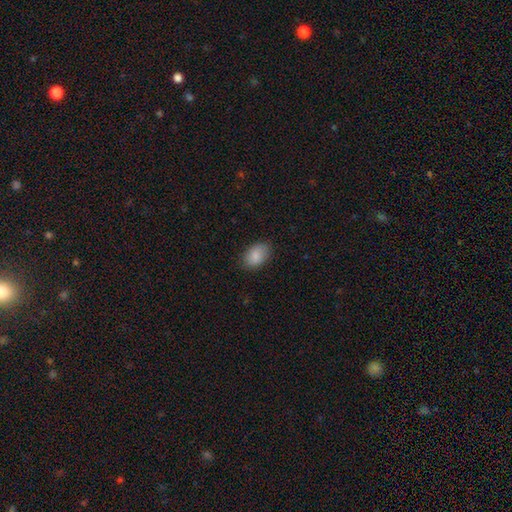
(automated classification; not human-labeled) A smooth galaxy with no disk features (86%) that is in between round and cigar-shaped (88%). Merging: none (83%).